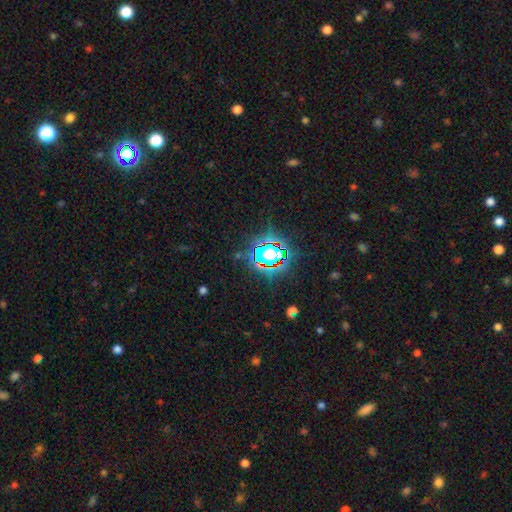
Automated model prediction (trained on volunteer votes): Smooth or featured: star or artifact — 75% (smooth — 16%)